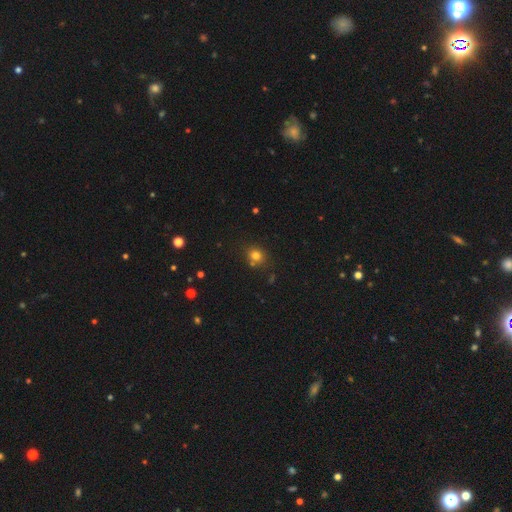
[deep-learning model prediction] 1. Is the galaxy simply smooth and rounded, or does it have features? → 76% smooth, 16% star or artifact, 8% featured or disk.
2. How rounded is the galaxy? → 74% round, 25% in between, 1% cigar-shaped.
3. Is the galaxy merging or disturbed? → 74% none, 12% minor disturbance, 11% merger, 3% major disturbance.